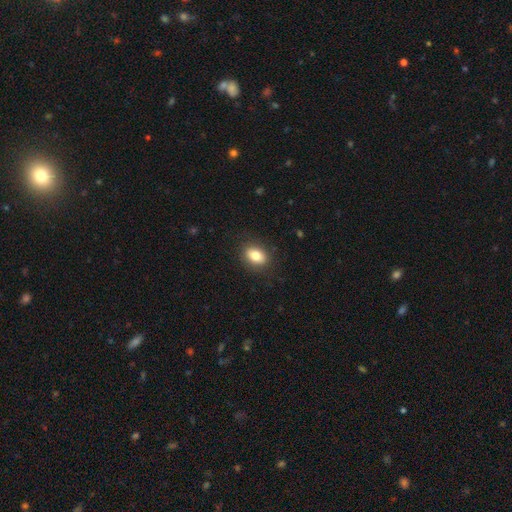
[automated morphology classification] smooth-or-featured: smooth: 81% | featured or disk: 10% | star or artifact: 9%
  how-rounded: in between: 75% | round: 23% | cigar-shaped: 2%
  merging: none: 86% | minor disturbance: 10% | major disturbance: 3% | merger: 1%